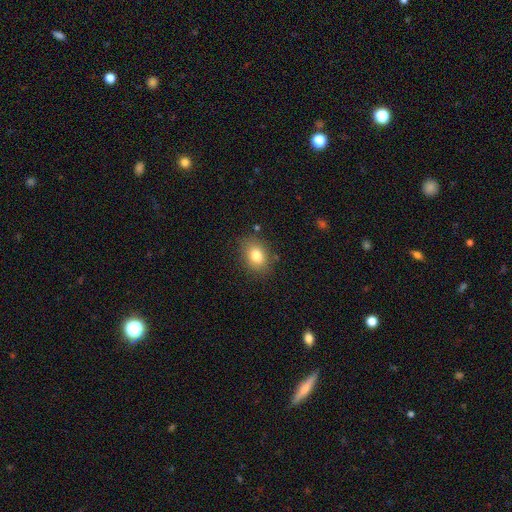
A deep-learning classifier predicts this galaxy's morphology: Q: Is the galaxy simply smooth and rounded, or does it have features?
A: smooth — 81%.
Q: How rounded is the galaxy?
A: in between — 71%.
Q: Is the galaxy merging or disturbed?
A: none — 82%.